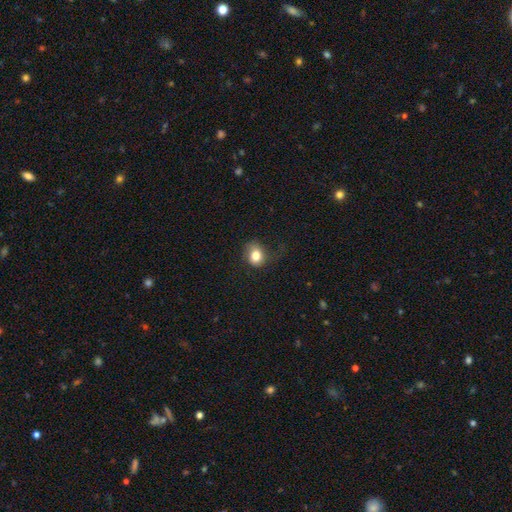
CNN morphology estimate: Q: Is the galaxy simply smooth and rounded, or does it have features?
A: smooth — 80%.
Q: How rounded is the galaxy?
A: round — 55%.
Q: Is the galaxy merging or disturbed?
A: none — 58%.